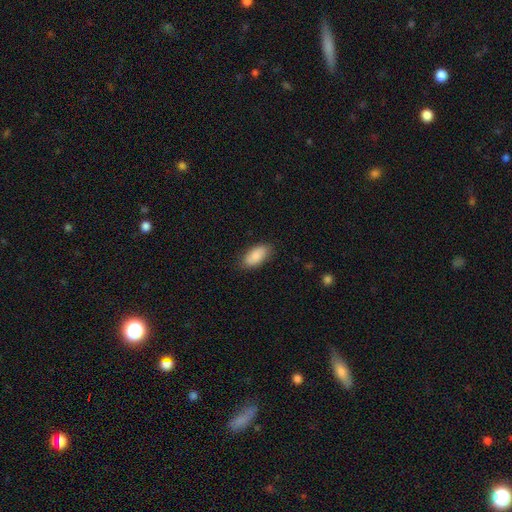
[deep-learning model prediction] Q: Smooth or featured?
A: smooth (87%); runner-up: featured or disk (7%)
Q: How rounded?
A: in between (92%); runner-up: cigar-shaped (5%)
Q: Merging?
A: none (84%); runner-up: minor disturbance (12%)